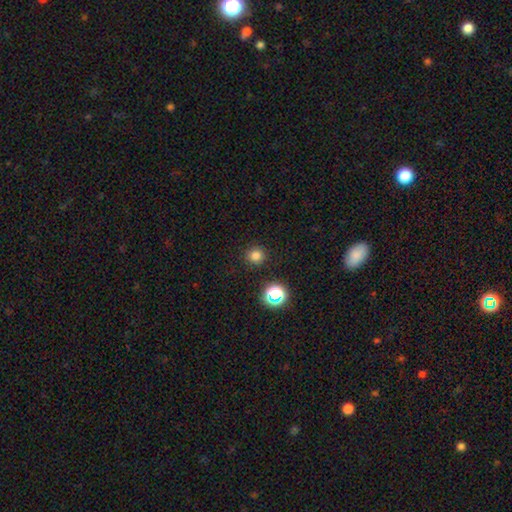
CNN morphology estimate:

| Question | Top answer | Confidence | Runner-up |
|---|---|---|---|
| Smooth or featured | smooth | 78% | star or artifact (17%) |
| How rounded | round | 93% | in between (6%) |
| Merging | none | 90% | minor disturbance (6%) |